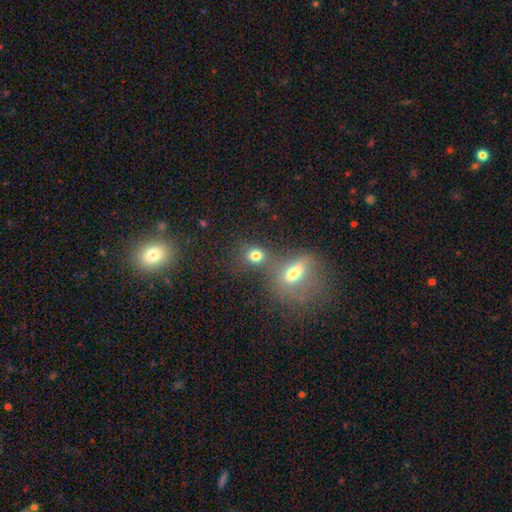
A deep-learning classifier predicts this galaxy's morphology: Overall: smooth (76%). How rounded: round (69%). Merging: none (46%; merger 41%).